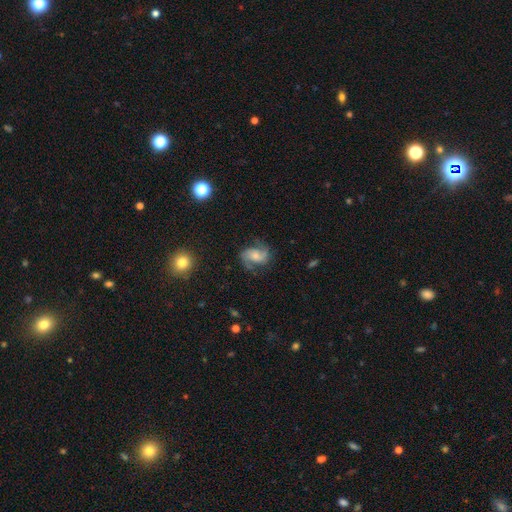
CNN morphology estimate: A featured or disk galaxy (80%) with no bar (54%), 2 (90%) medium (49%) spiral arms (96%) and a small central bulge (41%). Merging: none (72%).